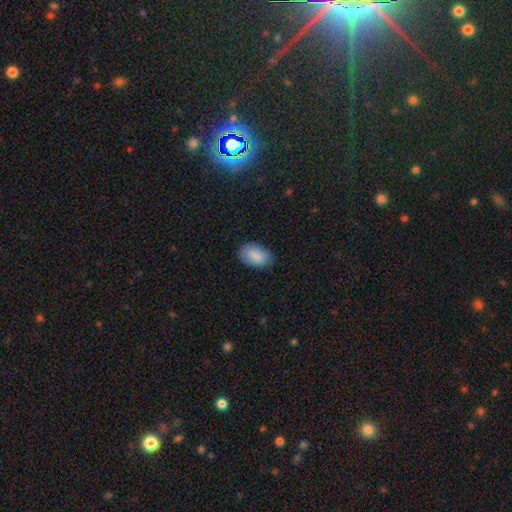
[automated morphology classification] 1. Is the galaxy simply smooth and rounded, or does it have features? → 85% smooth, 9% featured or disk, 6% star or artifact.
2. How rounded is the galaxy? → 91% in between, 8% round, 1% cigar-shaped.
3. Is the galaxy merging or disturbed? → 77% none, 18% minor disturbance, 3% major disturbance, 1% merger.